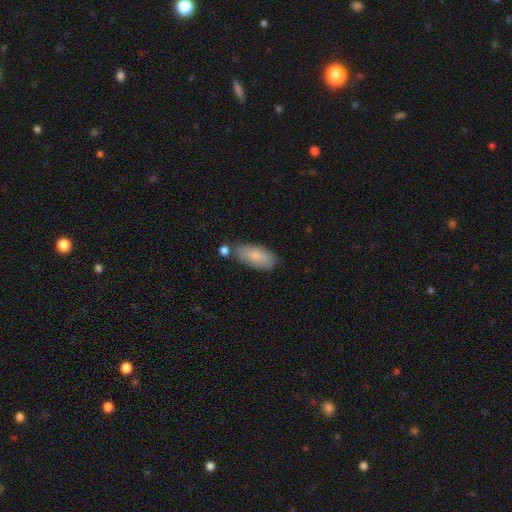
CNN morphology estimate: Smooth or featured?
  - smooth: 82% *
  - featured or disk: 12%
  - star or artifact: 6%
How rounded?
  - in between: 89% *
  - cigar-shaped: 8%
  - round: 2%
Merging?
  - none: 74% *
  - minor disturbance: 16%
  - merger: 7%
  - major disturbance: 3%